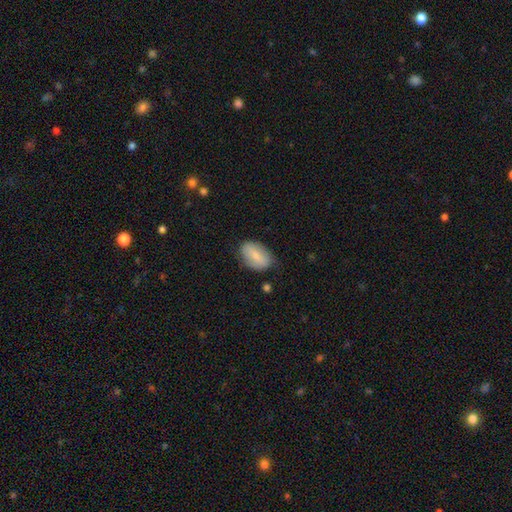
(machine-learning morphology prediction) type=smooth (73%); roundness=in between (89%); merging=none (74%).